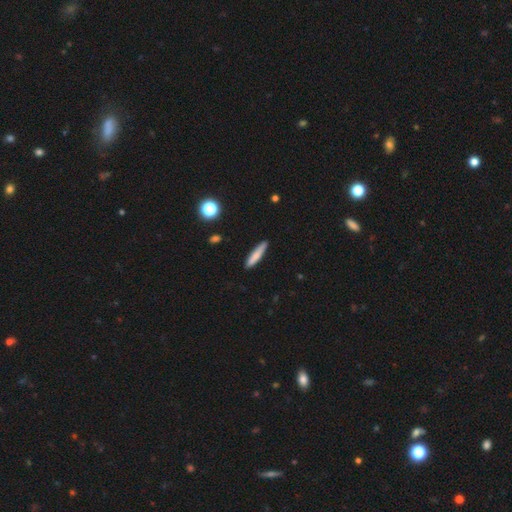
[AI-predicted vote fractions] Smooth or featured? Predicted: smooth (p=0.78). How rounded? Predicted: cigar-shaped (p=0.90). Merging? Predicted: none (p=0.89).